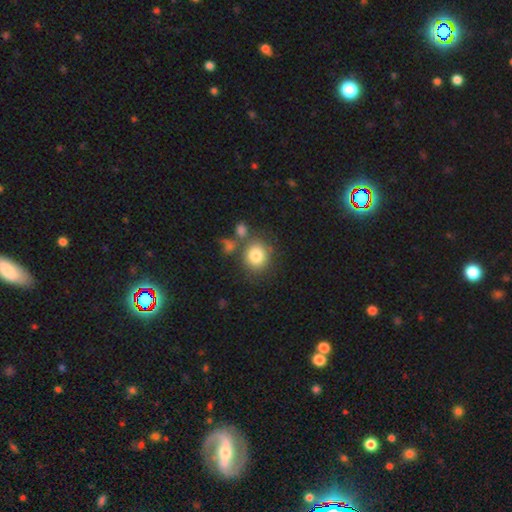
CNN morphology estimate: type=smooth (81%); roundness=round (79%); merging=none (67%).